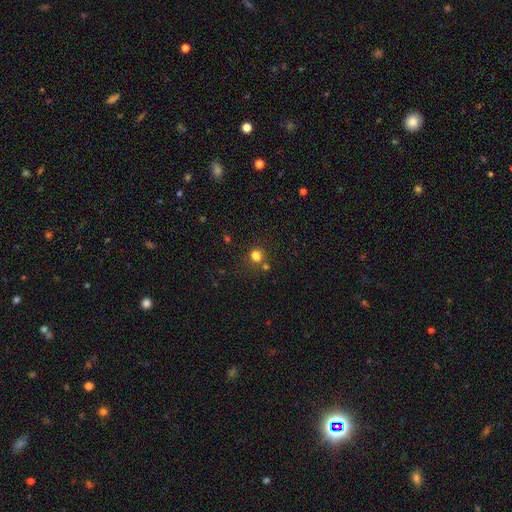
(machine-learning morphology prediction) Smooth or featured?
  - smooth: 78% *
  - star or artifact: 16%
  - featured or disk: 6%
How rounded?
  - round: 77% *
  - in between: 22%
  - cigar-shaped: 1%
Merging?
  - none: 69% *
  - merger: 16%
  - minor disturbance: 11%
  - major disturbance: 4%